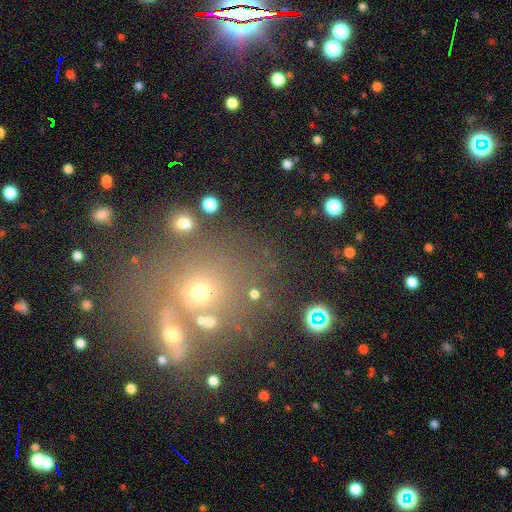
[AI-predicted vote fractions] smooth 49%, star or artifact 35%, featured or disk 16%. Down the decision tree: merging — none (54%).